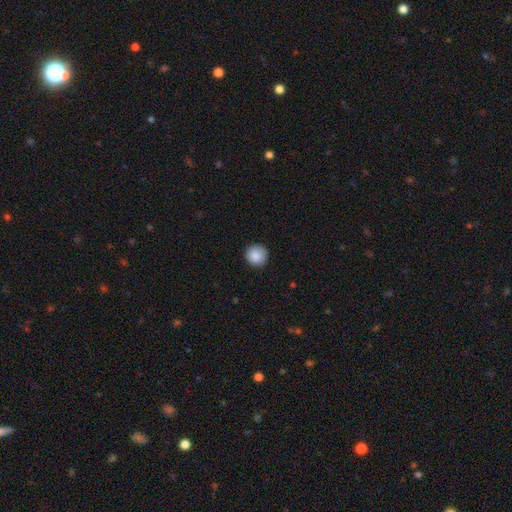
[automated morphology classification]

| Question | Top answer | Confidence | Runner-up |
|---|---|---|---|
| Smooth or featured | smooth | 88% | star or artifact (8%) |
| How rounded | round | 94% | in between (5%) |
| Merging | none | 89% | minor disturbance (8%) |